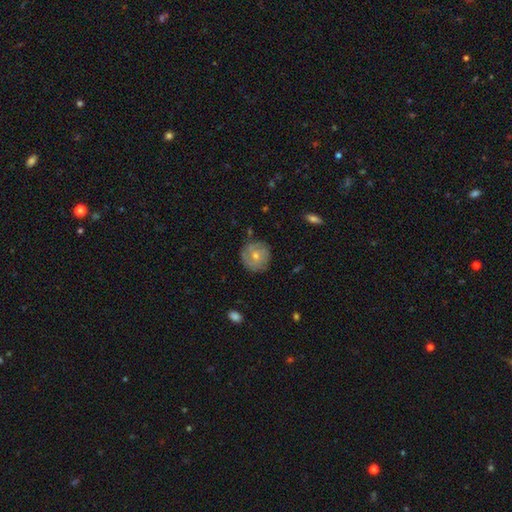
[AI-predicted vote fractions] smooth-or-featured: featured or disk: 52% | smooth: 38% | star or artifact: 11%
  disk-edge-on: no: 96% | yes: 4%
  merging: none: 80% | minor disturbance: 15% | major disturbance: 4% | merger: 2%